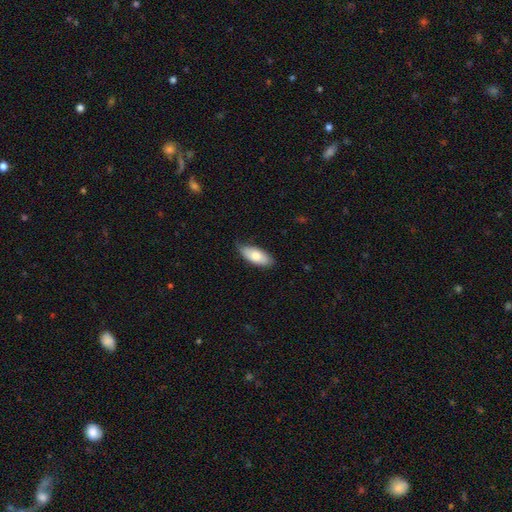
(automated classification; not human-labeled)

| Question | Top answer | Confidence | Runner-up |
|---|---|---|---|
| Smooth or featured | smooth | 77% | featured or disk (17%) |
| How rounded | in between | 86% | cigar-shaped (12%) |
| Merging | none | 75% | minor disturbance (21%) |